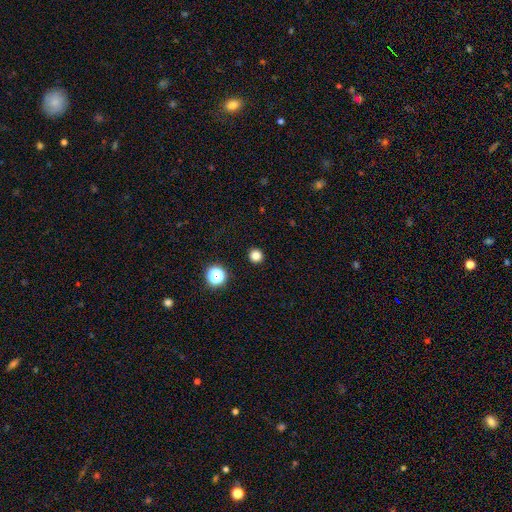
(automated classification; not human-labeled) A smooth galaxy with no disk features (82%) that is round (94%).

Vote fractions:
- Smooth or featured? smooth: 82% / star or artifact: 14% / featured or disk: 4%
- How rounded? round: 94% / in between: 5% / cigar-shaped: 1%
- Merging? none: 93% / minor disturbance: 4% / major disturbance: 2% / merger: 1%